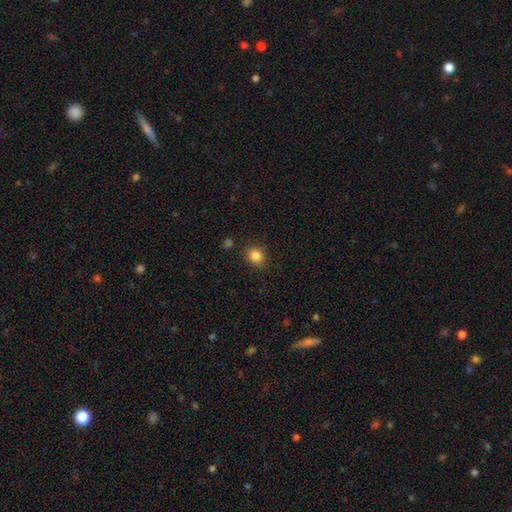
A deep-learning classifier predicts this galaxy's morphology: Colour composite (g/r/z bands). It shows a smooth galaxy with no disk features (84%) that is round (71%). Merging: none (85%).